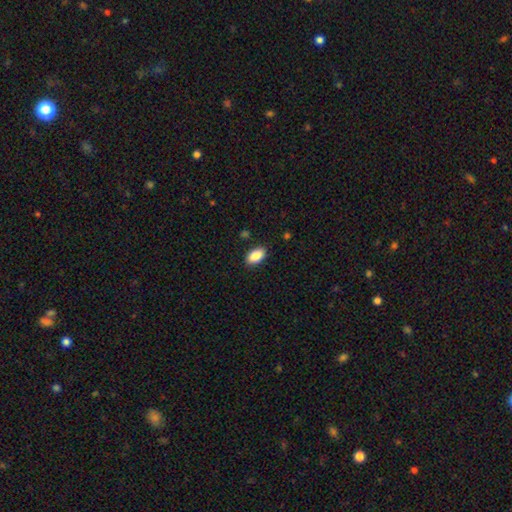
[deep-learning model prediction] smooth_or_featured: smooth (p=0.89) [alt: star or artifact p=0.07]
how_rounded: in between (p=0.94) [alt: round p=0.04]
merging: none (p=0.88) [alt: minor disturbance p=0.09]